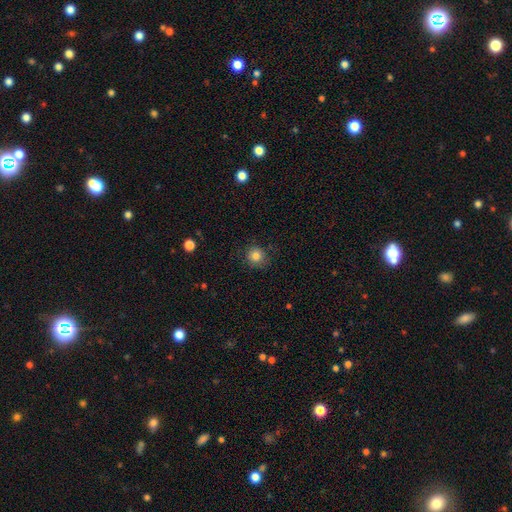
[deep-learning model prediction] A smooth galaxy with no disk features (81%) that is round (90%).

Vote fractions:
- Smooth or featured? smooth: 81% / star or artifact: 12% / featured or disk: 7%
- How rounded? round: 90% / in between: 9% / cigar-shaped: 1%
- Merging? none: 82% / minor disturbance: 13% / major disturbance: 4% / merger: 1%